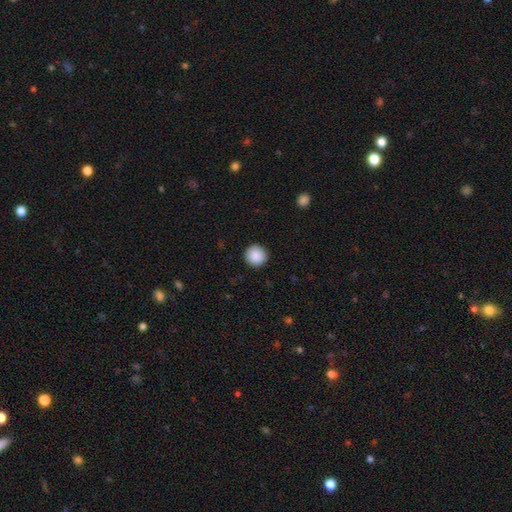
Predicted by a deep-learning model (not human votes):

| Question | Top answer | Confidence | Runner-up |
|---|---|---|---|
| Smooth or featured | smooth | 89% | star or artifact (8%) |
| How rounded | round | 96% | in between (3%) |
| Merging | none | 92% | minor disturbance (5%) |